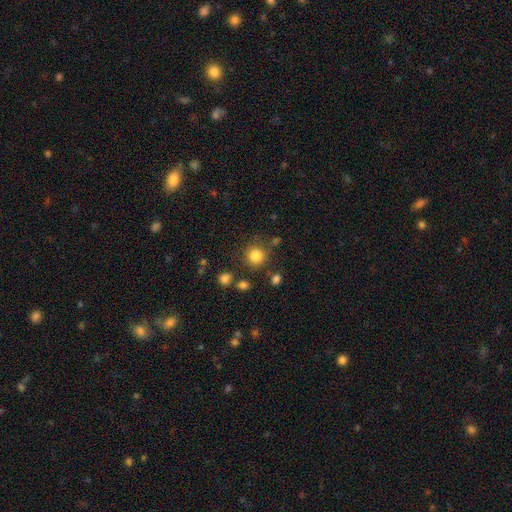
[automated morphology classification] This is clearly a smooth galaxy (83%). How rounded: clearly round (92%). Merging: clearly none (81%).